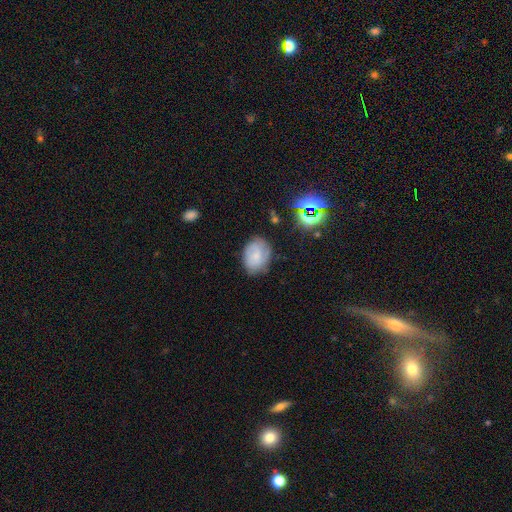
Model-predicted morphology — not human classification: Smooth or featured?
  - smooth: 68% *
  - featured or disk: 21%
  - star or artifact: 10%
How rounded?
  - in between: 73% *
  - round: 26%
  - cigar-shaped: 1%
Merging?
  - none: 70% *
  - minor disturbance: 22%
  - major disturbance: 6%
  - merger: 2%